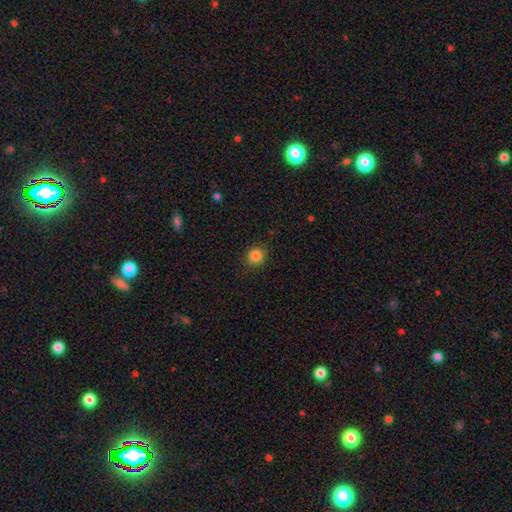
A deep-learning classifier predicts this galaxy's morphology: smooth-or-featured: smooth: 84% | star or artifact: 11% | featured or disk: 5%
  how-rounded: round: 85% | in between: 14% | cigar-shaped: 1%
  merging: none: 88% | minor disturbance: 8% | major disturbance: 2% | merger: 1%